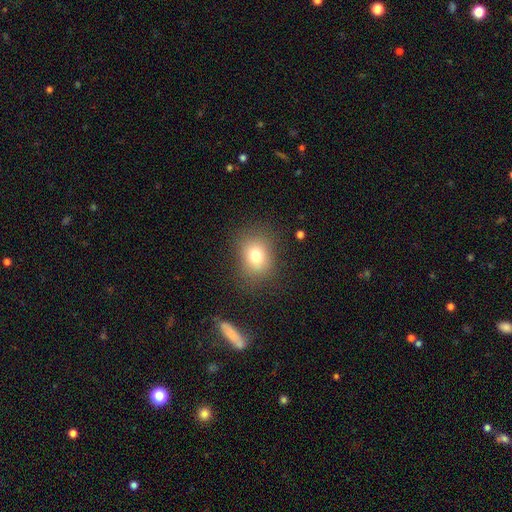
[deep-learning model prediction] This is likely a smooth galaxy (77%). How rounded: possibly round (59%). Merging: clearly none (81%).